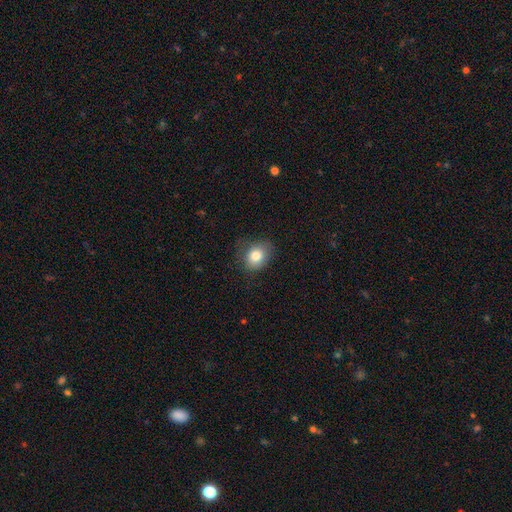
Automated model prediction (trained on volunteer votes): This appears to be a smooth galaxy with no disk features (80%) that is in between round and cigar-shaped (50%). Merging: none (76%).